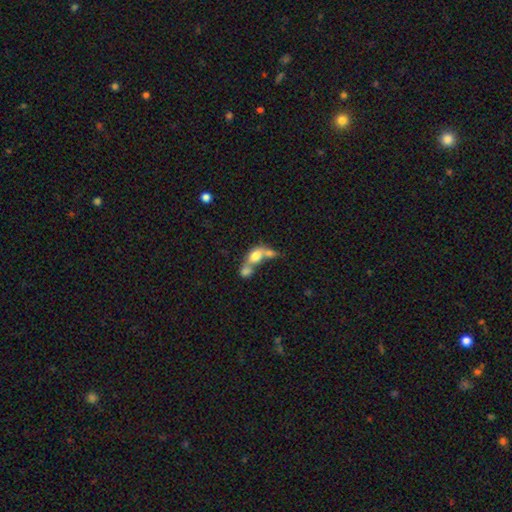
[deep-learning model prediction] Smooth or featured: smooth — 68% (featured or disk — 22%)
How rounded: in between — 65% (round — 29%)
Merging: merger — 73% (none — 15%)